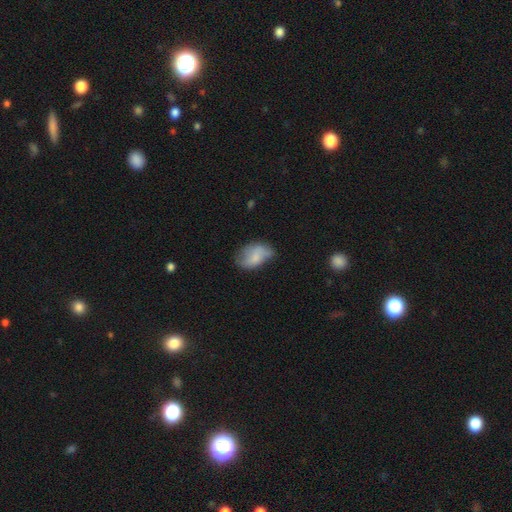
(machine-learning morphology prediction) This appears to be a smooth galaxy with no disk features (61%) that is in between round and cigar-shaped (91%). Merging: none (47%).